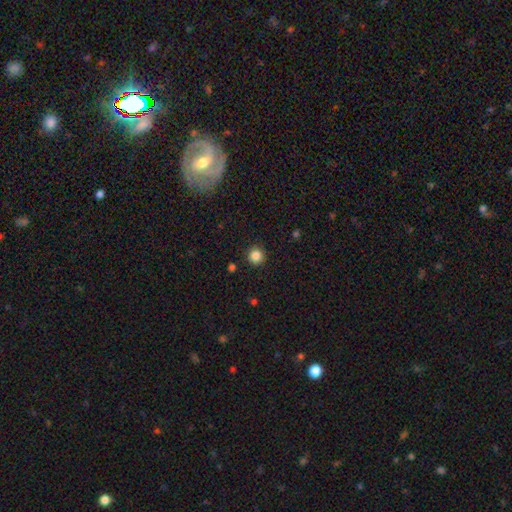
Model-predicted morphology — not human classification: This appears to be a smooth galaxy with no disk features (85%) that is round (94%). Merging: none (92%).